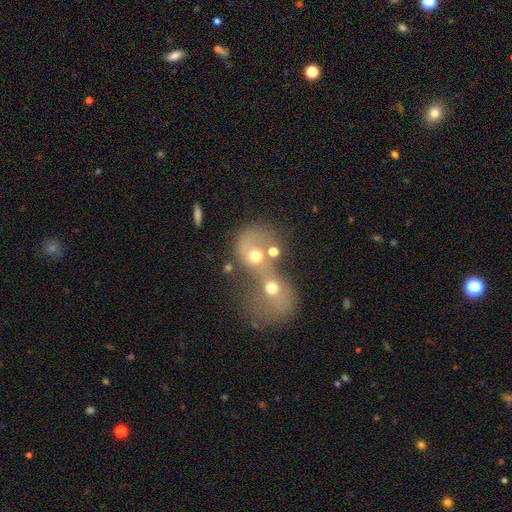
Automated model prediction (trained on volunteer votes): This is possibly a smooth galaxy (55%). How rounded: likely round (67%). Merging: likely merger (76%).